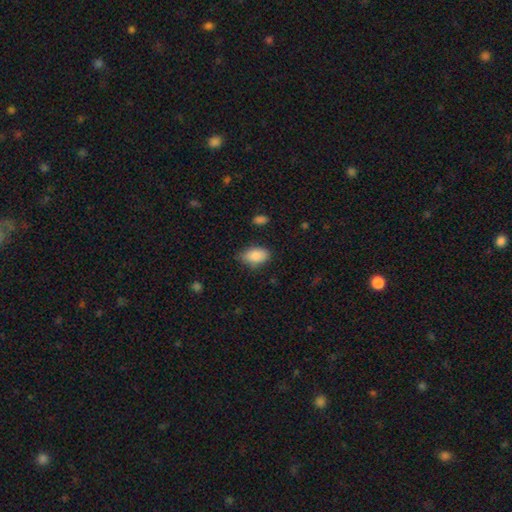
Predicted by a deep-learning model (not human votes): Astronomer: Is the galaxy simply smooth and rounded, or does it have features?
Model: smooth — 87%.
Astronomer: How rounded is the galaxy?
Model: in between — 91%.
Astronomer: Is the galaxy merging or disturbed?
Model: none — 76%.